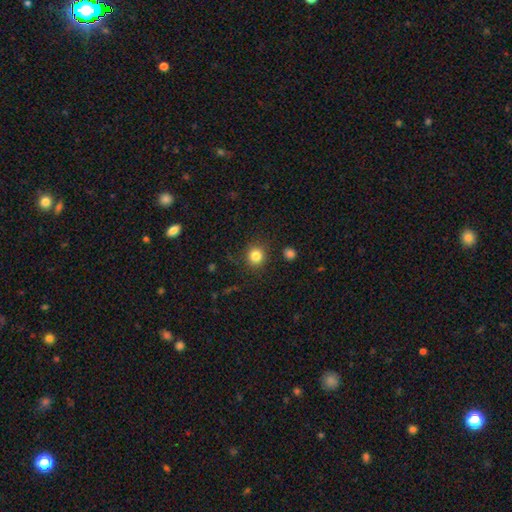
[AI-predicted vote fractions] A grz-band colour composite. It shows a smooth galaxy with no disk features (83%) that is round (90%). Merging: none (87%).